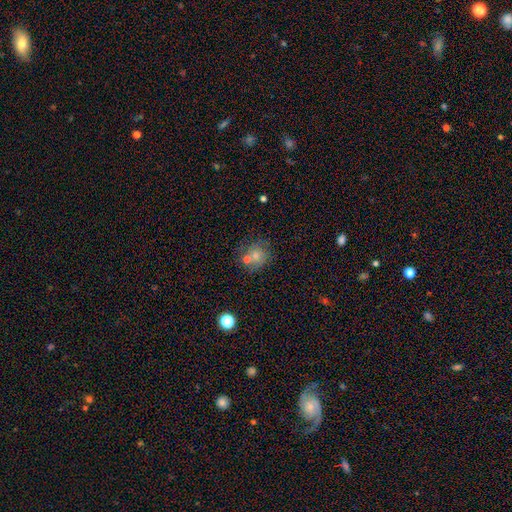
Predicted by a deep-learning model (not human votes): Smooth or featured? smooth (58%)
How rounded? round (84%)
Merging? none (66%)